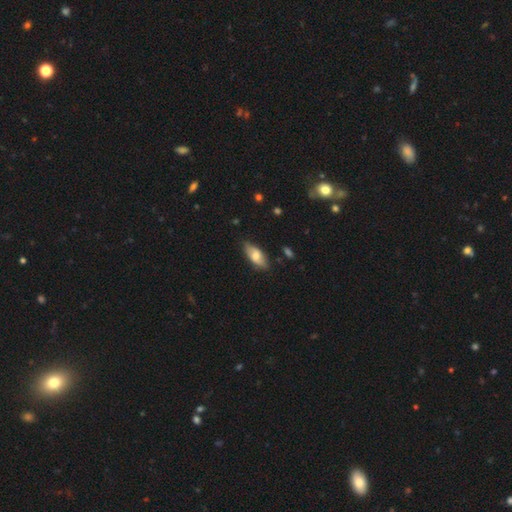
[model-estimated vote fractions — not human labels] Morphology: type=smooth (68%); roundness=in between (85%); merging=none (78%).